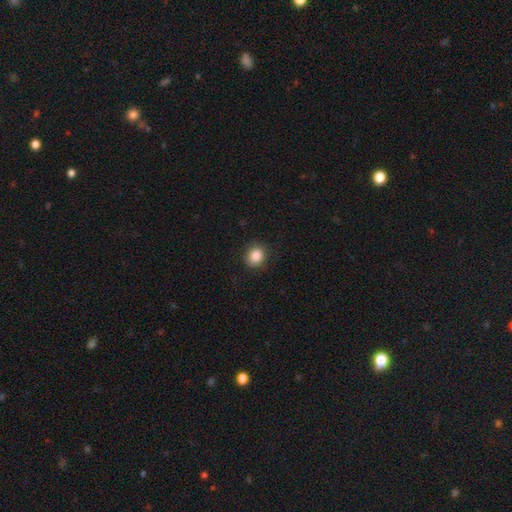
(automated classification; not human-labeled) smooth 86%, star or artifact 9%, featured or disk 4%. Down the decision tree: how rounded — round (76%); merging — none (86%).